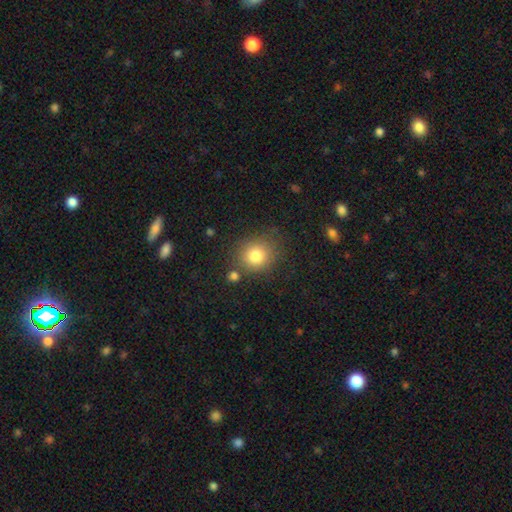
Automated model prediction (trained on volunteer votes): Overall: smooth (81%). How rounded: round (83%). Merging: none (77%).